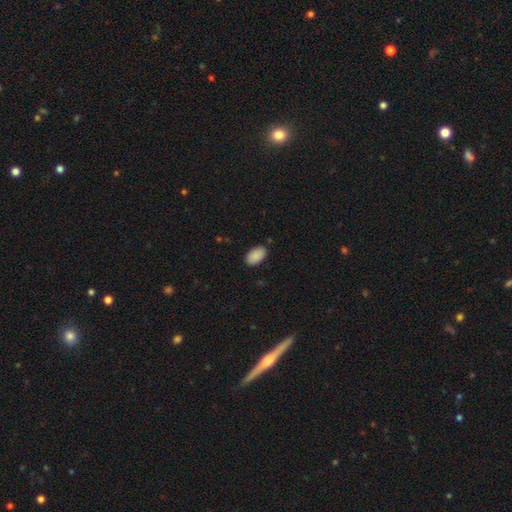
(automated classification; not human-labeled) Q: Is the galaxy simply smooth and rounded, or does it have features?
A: smooth — 90%.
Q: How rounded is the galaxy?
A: in between — 94%.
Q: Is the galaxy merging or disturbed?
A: none — 87%.